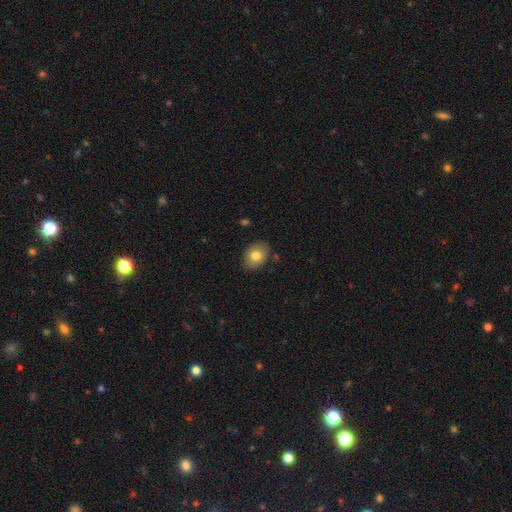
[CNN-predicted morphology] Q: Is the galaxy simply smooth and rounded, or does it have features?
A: smooth — 80%.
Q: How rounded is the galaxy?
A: in between — 58%.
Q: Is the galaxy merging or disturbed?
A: none — 82%.